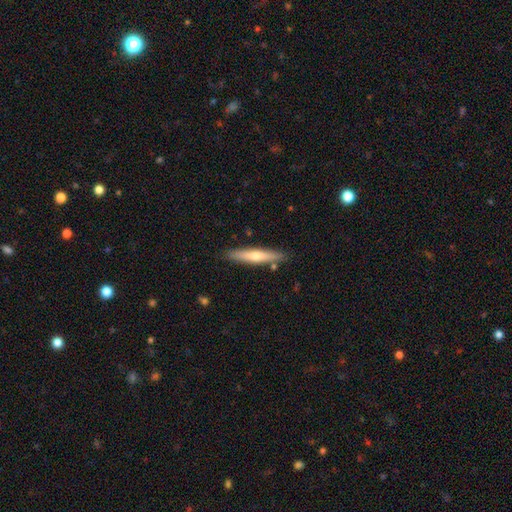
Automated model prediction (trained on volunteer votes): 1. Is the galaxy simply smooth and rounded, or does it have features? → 52% smooth, 42% featured or disk, 6% star or artifact.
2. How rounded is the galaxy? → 91% cigar-shaped, 8% in between, 1% round.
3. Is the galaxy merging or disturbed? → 88% none, 9% minor disturbance, 2% merger, 2% major disturbance.